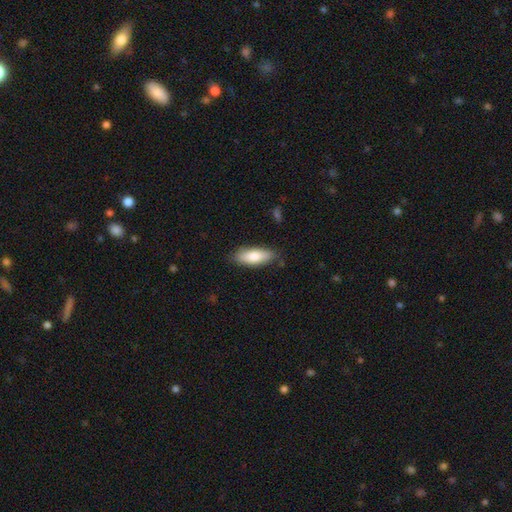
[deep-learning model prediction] Smooth or featured? smooth (81%)
How rounded? in between (71%)
Merging? none (82%)